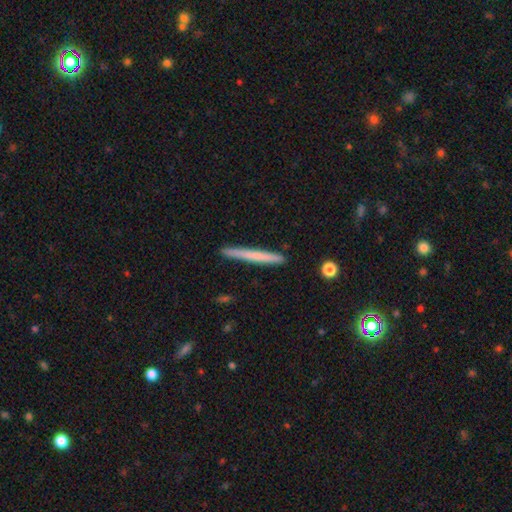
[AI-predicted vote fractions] smooth_or_featured: smooth (p=0.60) [alt: featured or disk p=0.35]
how_rounded: cigar-shaped (p=0.97) [alt: in between p=0.02]
merging: none (p=0.90) [alt: minor disturbance p=0.07]